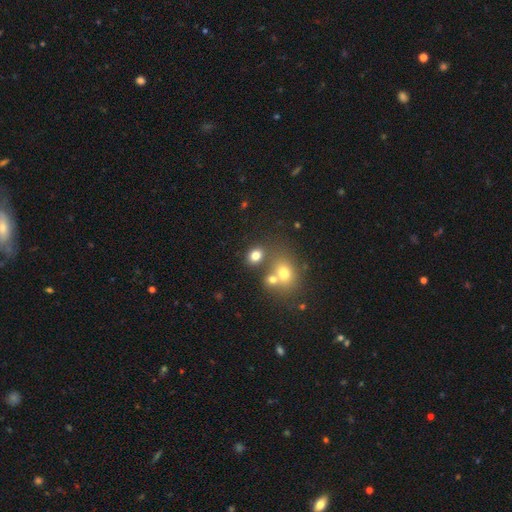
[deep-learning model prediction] Smooth or featured?
  - smooth: 77% *
  - star or artifact: 14%
  - featured or disk: 9%
How rounded?
  - in between: 50% *
  - round: 49%
  - cigar-shaped: 1%
Merging?
  - none: 62% *
  - merger: 23%
  - minor disturbance: 11%
  - major disturbance: 5%